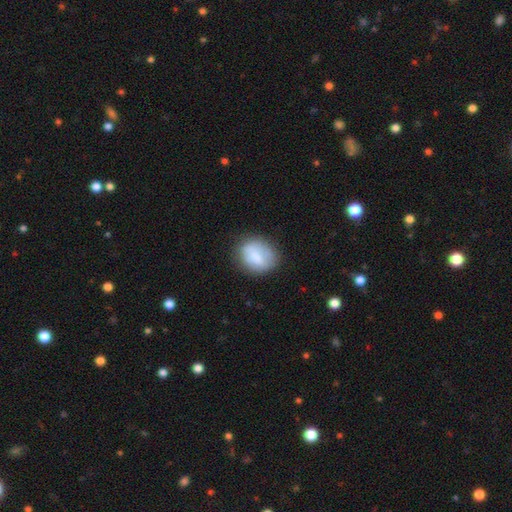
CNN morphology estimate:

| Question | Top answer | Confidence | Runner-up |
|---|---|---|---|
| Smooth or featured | smooth | 66% | featured or disk (27%) |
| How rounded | round | 50% | in between (49%) |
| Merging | none | 68% | minor disturbance (22%) |